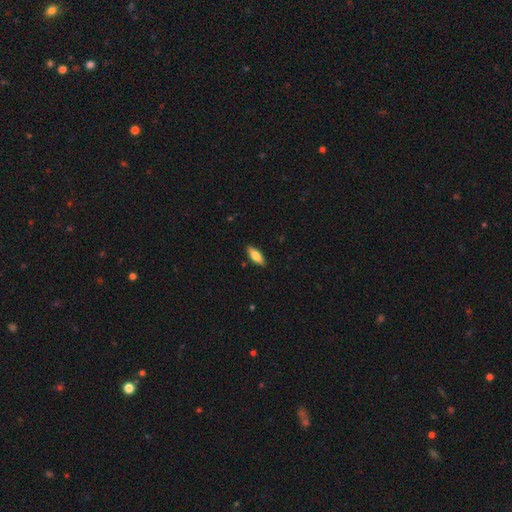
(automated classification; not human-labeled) This appears to be a smooth galaxy with no disk features (73%) that is in between round and cigar-shaped (67%). Merging: none (88%).